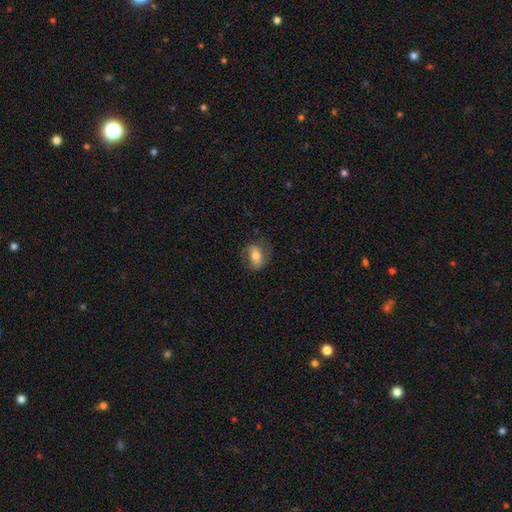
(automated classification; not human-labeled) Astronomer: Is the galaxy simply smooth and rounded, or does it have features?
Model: smooth — 56% (runner-up: featured or disk, 36%).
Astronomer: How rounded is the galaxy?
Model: in between — 68%.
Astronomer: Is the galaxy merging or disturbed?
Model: none — 67%.